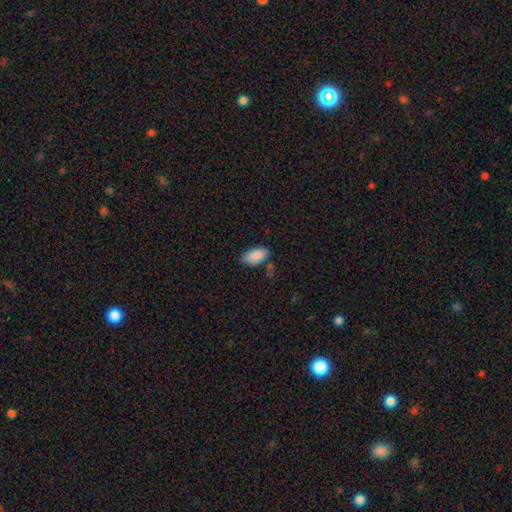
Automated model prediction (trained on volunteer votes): smooth 89%, star or artifact 7%, featured or disk 4%. Down the decision tree: how rounded — in between (94%); merging — none (74%).